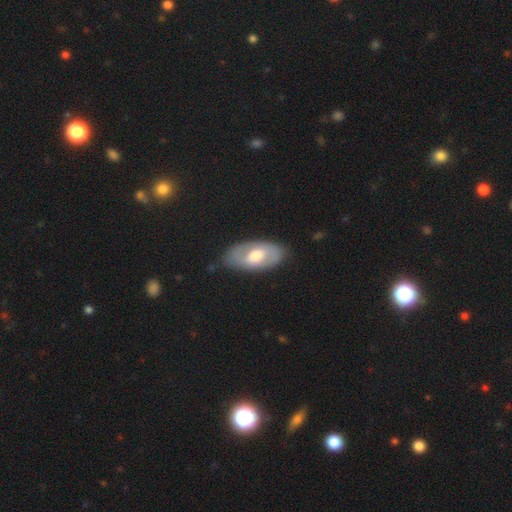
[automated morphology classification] Smooth or featured? Predicted: featured or disk (p=0.49). Merging? Predicted: none (p=0.79).